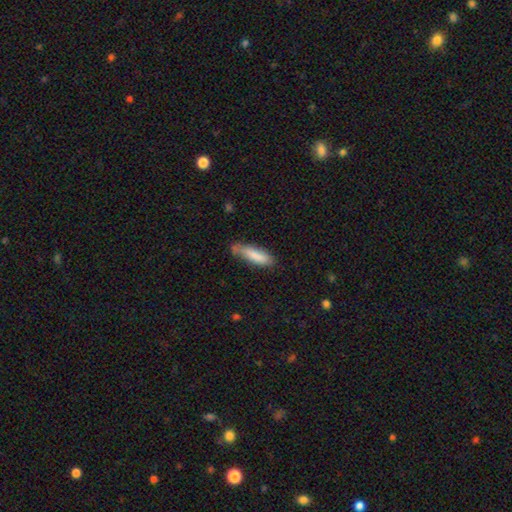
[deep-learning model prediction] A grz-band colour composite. It shows a smooth galaxy with no disk features (81%) that is cigar-shaped (63%). Merging: none (58%).